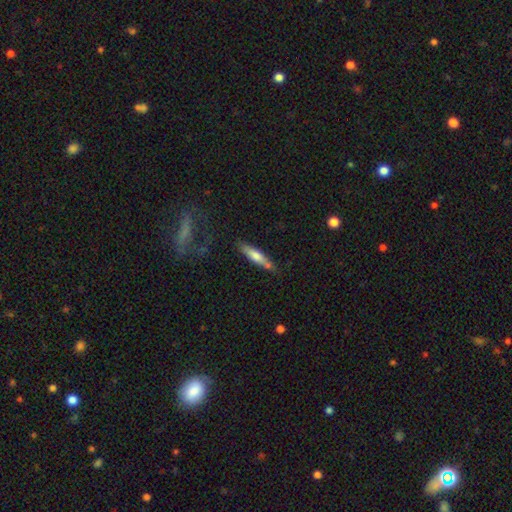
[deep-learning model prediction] Morphology: type=smooth (58%); roundness=cigar-shaped (82%); merging=none (70%).